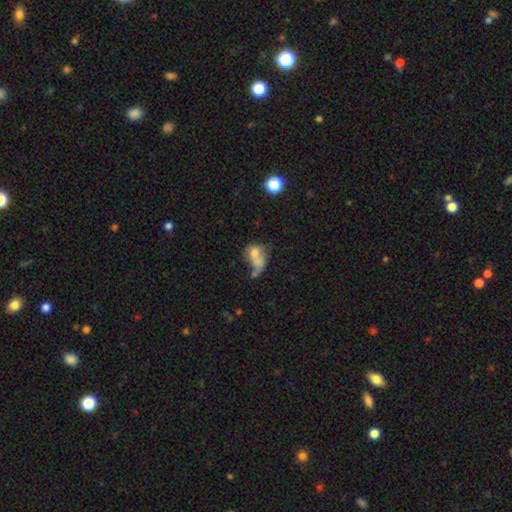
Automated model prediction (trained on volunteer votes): smooth 62%, featured or disk 26%, star or artifact 13%. Down the decision tree: how rounded — in between (67%); merging — merger (47%).